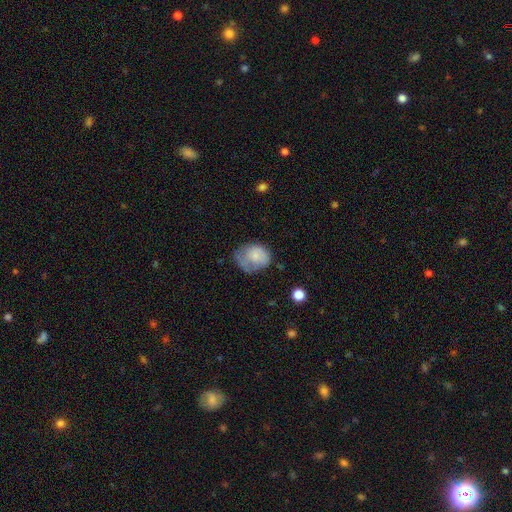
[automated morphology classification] type=smooth (68%); roundness=in between (54%); merging=minor disturbance (35%).